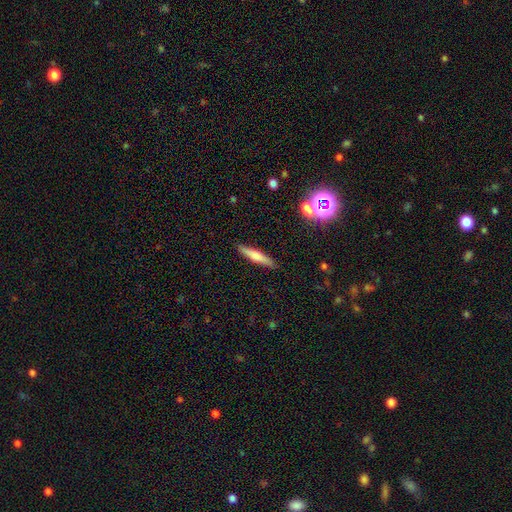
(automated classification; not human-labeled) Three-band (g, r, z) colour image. It shows a smooth galaxy with no disk features (62%) that is cigar-shaped (89%). Merging: none (89%).